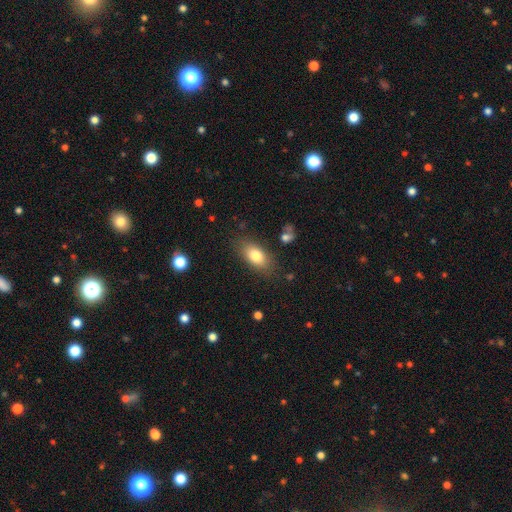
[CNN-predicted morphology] The model was most divided on "smooth or featured": smooth: 79%, featured or disk: 13%, star or artifact: 8%. More confident: how rounded — in between (88%); merging — none (81%).